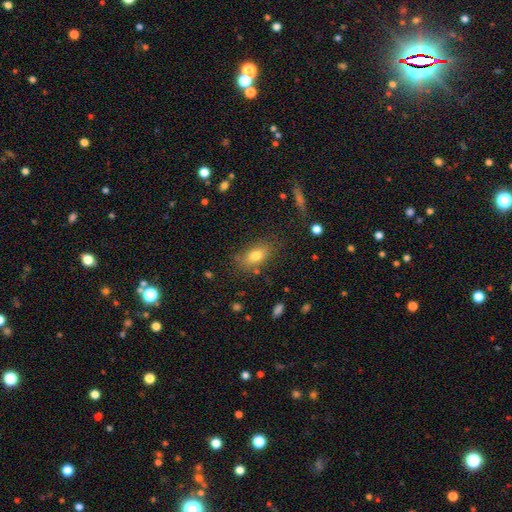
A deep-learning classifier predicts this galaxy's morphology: smooth 76%, featured or disk 13%, star or artifact 11%. Down the decision tree: how rounded — in between (85%); merging — none (77%).